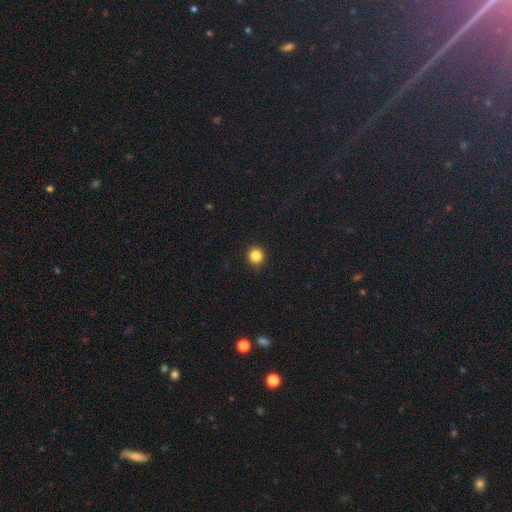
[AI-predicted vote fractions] The model was most divided on "smooth or featured": smooth: 85%, star or artifact: 11%, featured or disk: 3%. More confident: how rounded — round (94%); merging — none (92%).